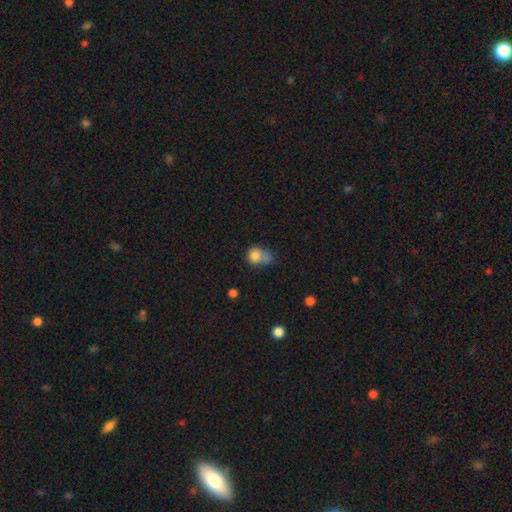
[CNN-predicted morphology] The model was most divided on "merging": merger: 35%, none: 31%, minor disturbance: 21%, major disturbance: 13%. More confident: smooth or featured — smooth (80%); how rounded — round (67%).